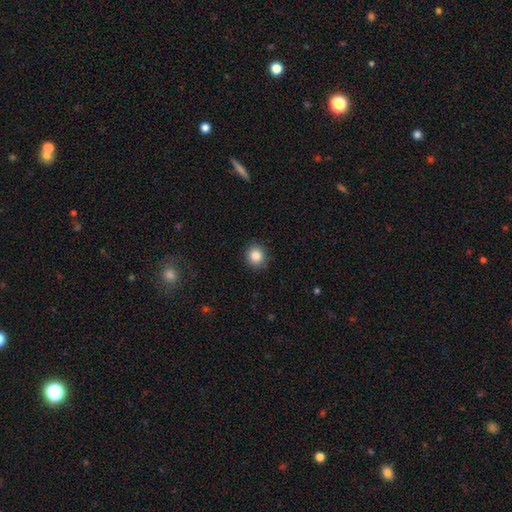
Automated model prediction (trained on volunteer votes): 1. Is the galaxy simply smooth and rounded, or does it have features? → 86% smooth, 10% star or artifact, 4% featured or disk.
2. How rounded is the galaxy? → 85% round, 14% in between, 1% cigar-shaped.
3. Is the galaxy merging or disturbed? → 90% none, 7% minor disturbance, 2% major disturbance, 1% merger.